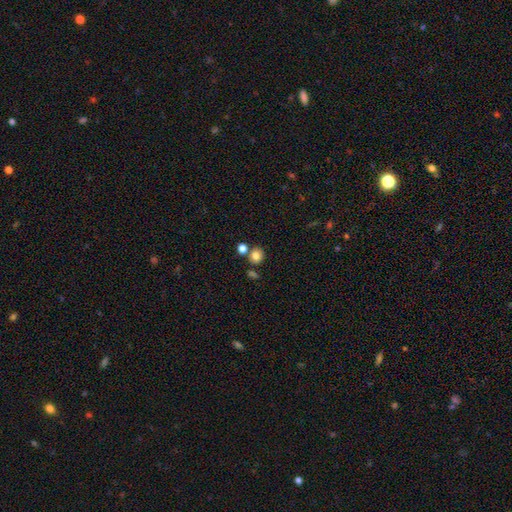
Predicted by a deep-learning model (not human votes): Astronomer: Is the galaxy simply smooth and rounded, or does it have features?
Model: smooth — 80%.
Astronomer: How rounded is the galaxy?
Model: round — 81%.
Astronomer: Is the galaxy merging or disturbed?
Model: none — 71%.